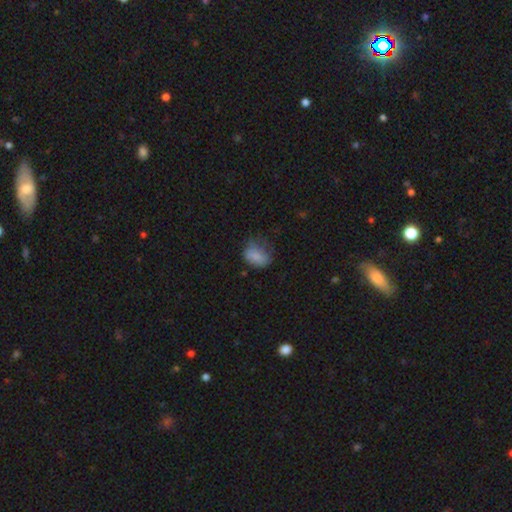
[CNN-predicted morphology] smooth-or-featured: smooth: 80% | featured or disk: 10% | star or artifact: 10%
  how-rounded: in between: 75% | round: 24% | cigar-shaped: 1%
  merging: none: 44% | minor disturbance: 34% | major disturbance: 20% | merger: 2%